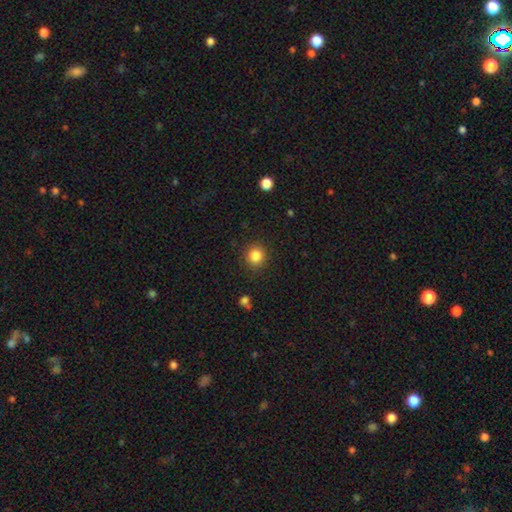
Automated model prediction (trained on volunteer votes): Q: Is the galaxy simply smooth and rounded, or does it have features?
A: smooth — 85%.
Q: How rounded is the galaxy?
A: round — 90%.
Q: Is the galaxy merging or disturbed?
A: none — 89%.